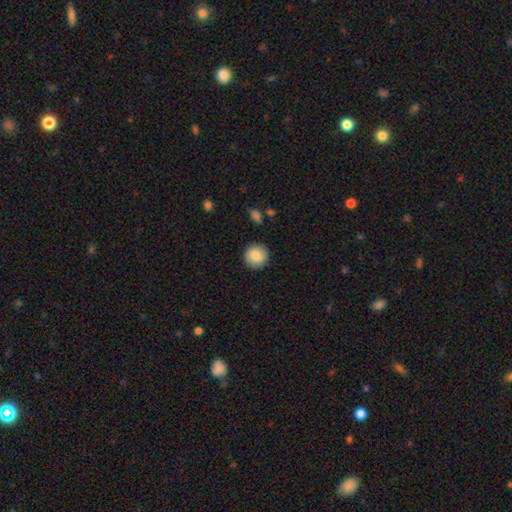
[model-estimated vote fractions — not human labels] This appears to be a smooth galaxy with no disk features (85%) that is round (94%). Merging: none (90%).